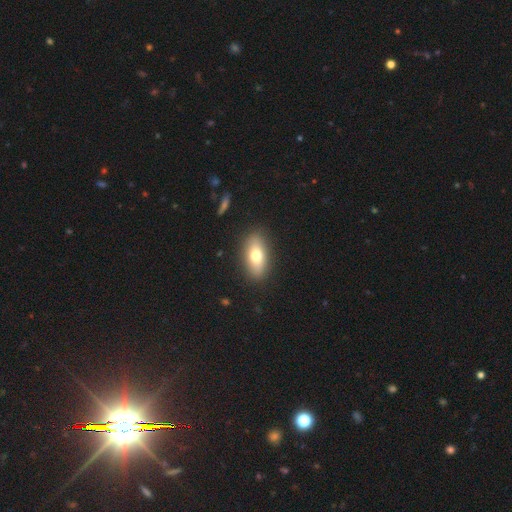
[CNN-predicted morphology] Smooth or featured? smooth (71%)
How rounded? in between (85%)
Merging? none (87%)